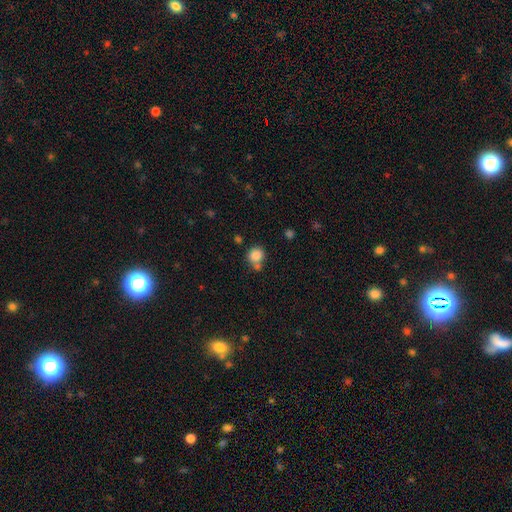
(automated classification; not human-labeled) smooth-or-featured: smooth: 84% | star or artifact: 10% | featured or disk: 5%
  how-rounded: round: 84% | in between: 15% | cigar-shaped: 1%
  merging: none: 59% | merger: 23% | minor disturbance: 13% | major disturbance: 5%